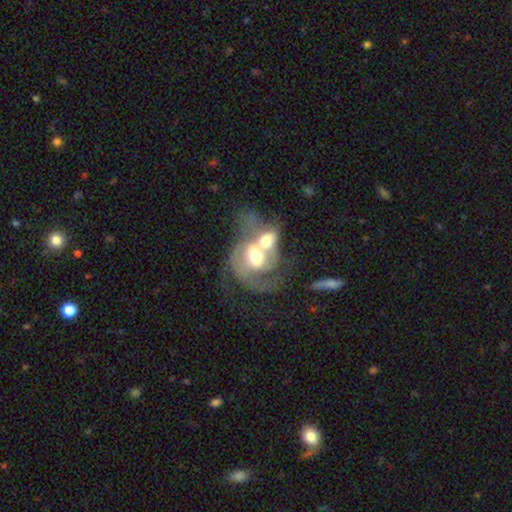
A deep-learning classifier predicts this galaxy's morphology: smooth_or_featured: featured or disk (p=0.65) [alt: smooth p=0.28]
disk_edge_on: no (p=0.96) [alt: yes p=0.04]
bar: no (p=0.63) [alt: weak p=0.28]
has_spiral_arms: yes (p=0.61) [alt: no p=0.39]
bulge_size: moderate (p=0.64) [alt: large p=0.21]
merging: merger (p=0.77) [alt: major disturbance p=0.11]